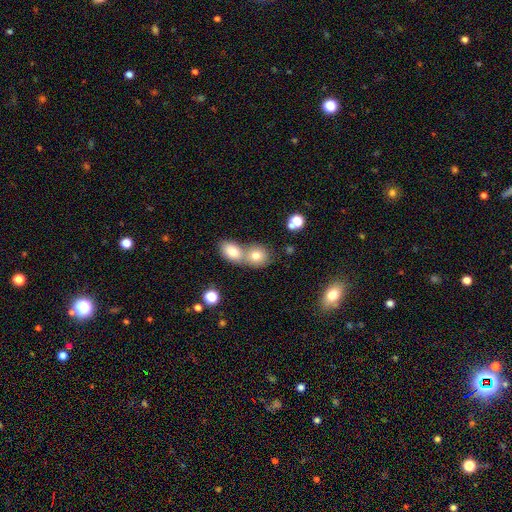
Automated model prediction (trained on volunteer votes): Smooth or featured?
  - smooth: 77% *
  - featured or disk: 12%
  - star or artifact: 11%
How rounded?
  - round: 61% *
  - in between: 37%
  - cigar-shaped: 1%
Merging?
  - merger: 58% *
  - none: 33%
  - minor disturbance: 7%
  - major disturbance: 3%